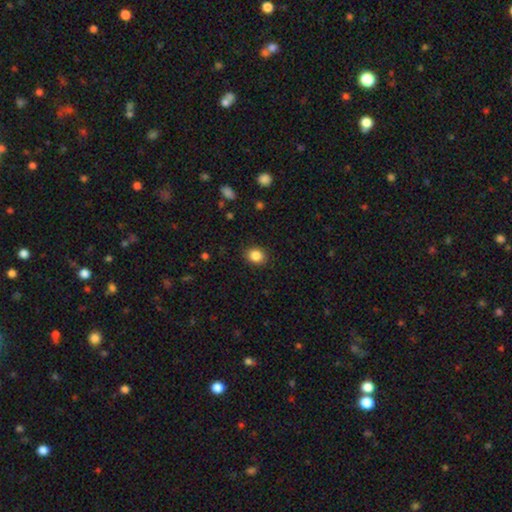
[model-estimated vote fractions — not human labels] smooth_or_featured: smooth (p=0.86) [alt: star or artifact p=0.10]
how_rounded: round (p=0.60) [alt: in between p=0.40]
merging: none (p=0.89) [alt: minor disturbance p=0.07]